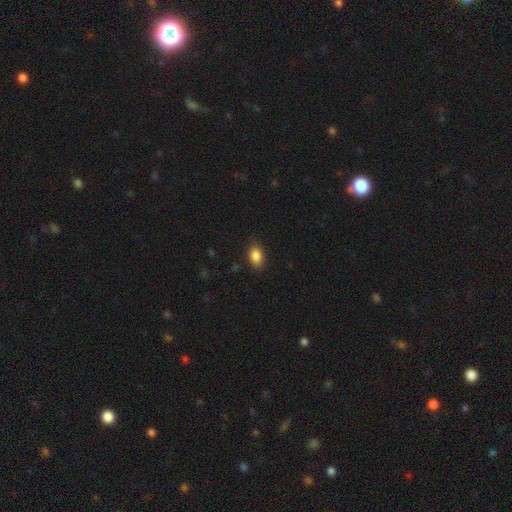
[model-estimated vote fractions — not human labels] Morphology: type=smooth (87%); roundness=in between (85%); merging=none (85%).